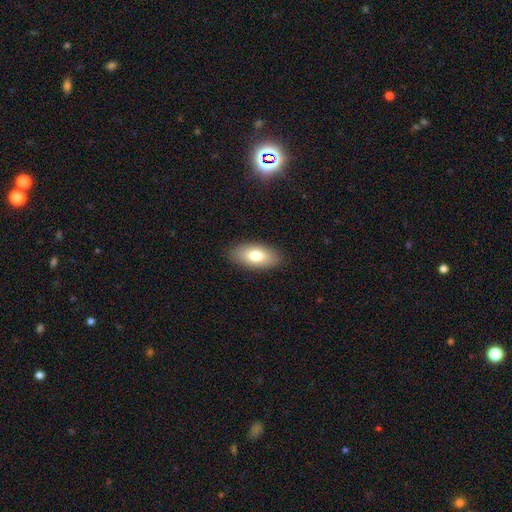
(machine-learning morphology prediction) This is likely a smooth galaxy (76%). How rounded: clearly in between (90%). Merging: clearly none (88%).